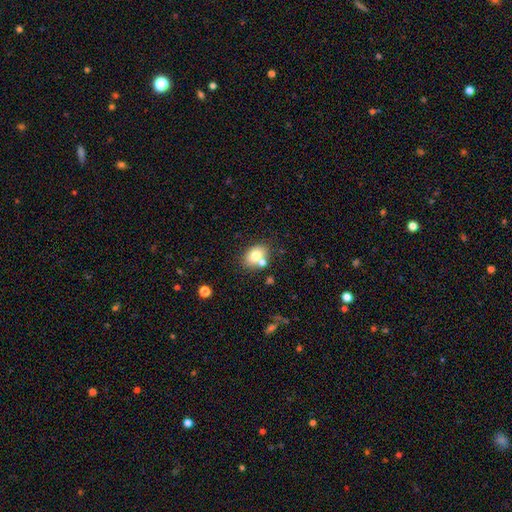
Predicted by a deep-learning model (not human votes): Smooth or featured? smooth (75%)
How rounded? in between (73%)
Merging? none (58%)